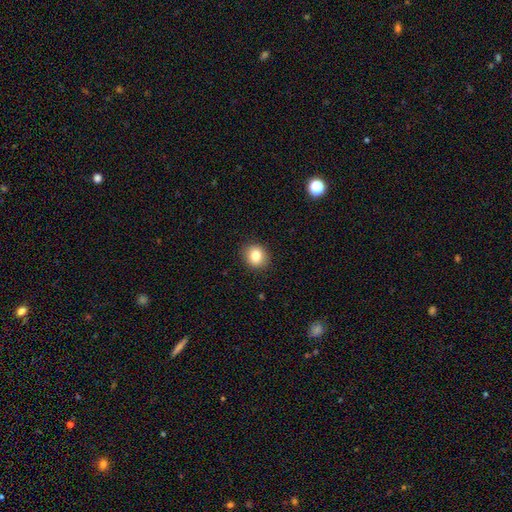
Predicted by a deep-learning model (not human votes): smooth-or-featured: smooth: 82% | star or artifact: 10% | featured or disk: 8%
  how-rounded: round: 74% | in between: 25% | cigar-shaped: 1%
  merging: none: 90% | minor disturbance: 7% | major disturbance: 2% | merger: 1%